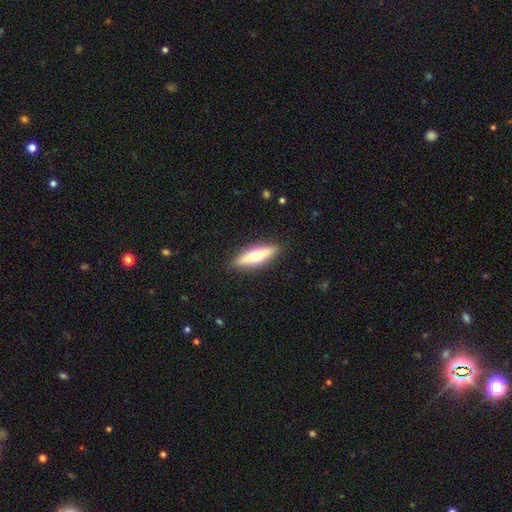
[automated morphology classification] Smooth or featured: smooth — 50% (featured or disk — 45%)
Merging: none — 89% (minor disturbance — 8%)